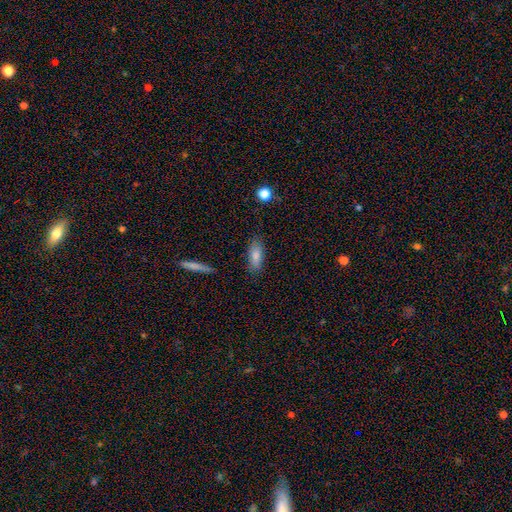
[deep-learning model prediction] Overall: smooth (79%). How rounded: in between (68%; cigar-shaped 29%). Merging: none (82%).